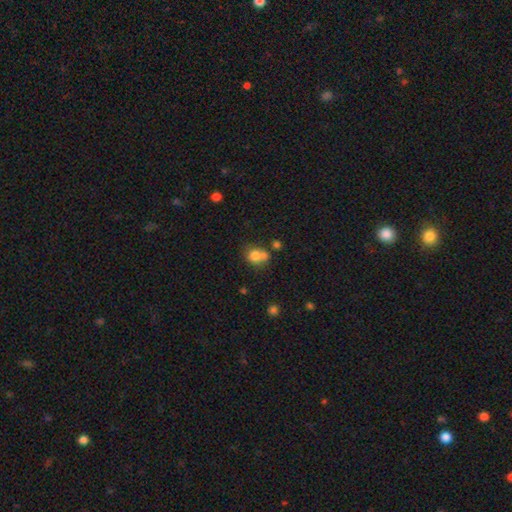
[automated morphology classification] A smooth galaxy with no disk features (77%) that is round (70%). Merging: none (42%).